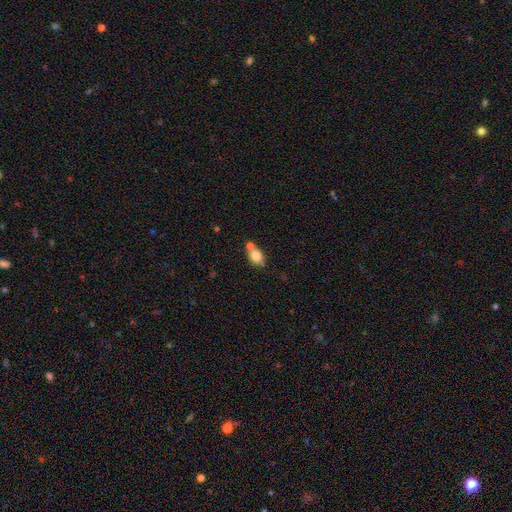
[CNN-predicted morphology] The model was most divided on "merging": none: 51%, merger: 30%, minor disturbance: 14%, major disturbance: 5%. More confident: smooth or featured — smooth (82%); how rounded — in between (62%).